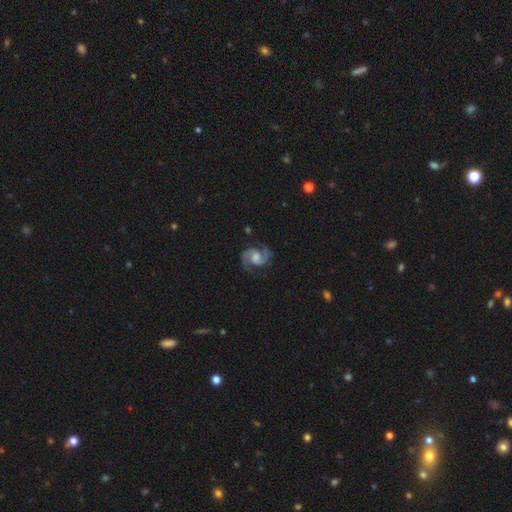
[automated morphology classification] Smooth or featured: featured or disk — 92% (star or artifact — 5%)
Edge-on disk: no — 98% (yes — 2%)
Bar: no — 45% (weak — 43%)
Spiral arms: yes — 99% (no — 1%)
Spiral winding: medium — 64% (tight — 24%)
Spiral arm count: 2 — 94% (3 — 1%)
Bulge size: moderate — 51% (small — 26%)
Merging: none — 83% (minor disturbance — 12%)